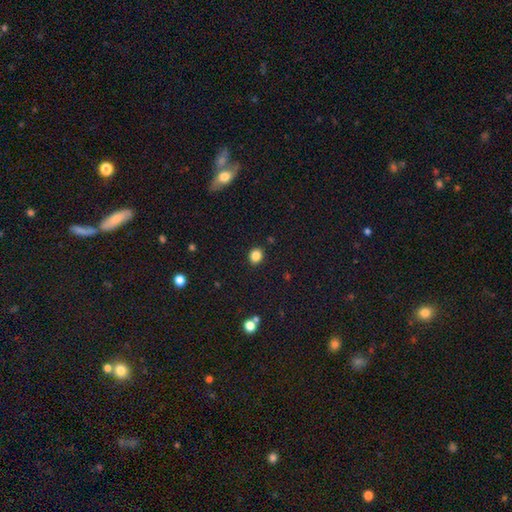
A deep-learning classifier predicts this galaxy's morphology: The model was most divided on "how rounded": round: 65%, in between: 34%, cigar-shaped: 1%. More confident: merging — none (90%); smooth or featured — smooth (85%).